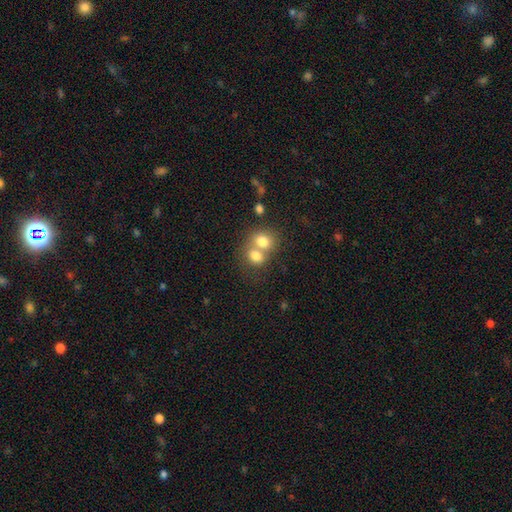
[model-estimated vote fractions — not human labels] Morphology: type=smooth (75%); roundness=round (57%); merging=merger (64%).